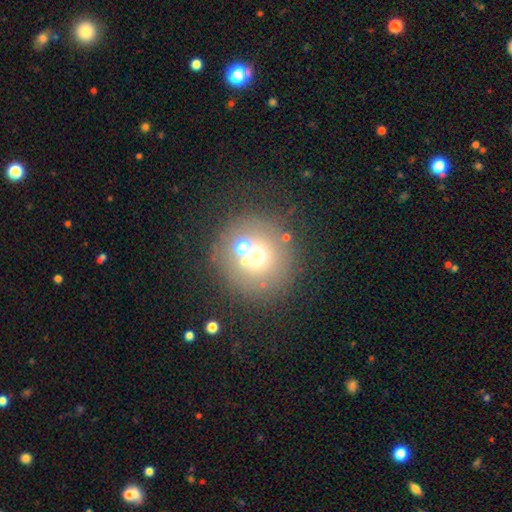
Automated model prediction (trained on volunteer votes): Smooth or featured? Predicted: smooth (p=0.57). How rounded? Predicted: round (p=0.92). Merging? Predicted: none (p=0.66).